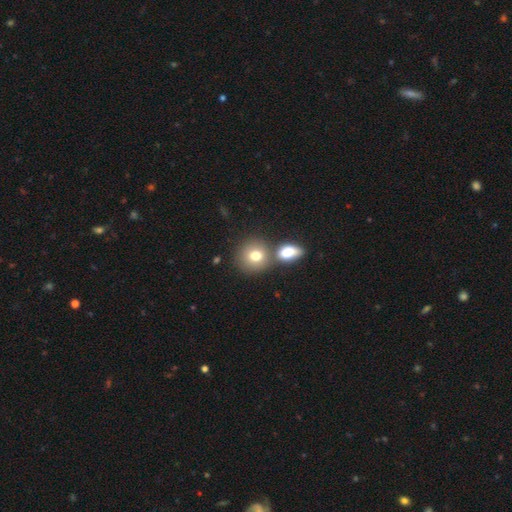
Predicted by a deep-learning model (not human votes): Smooth or featured?
  - smooth: 76% *
  - featured or disk: 14%
  - star or artifact: 10%
How rounded?
  - round: 81% *
  - in between: 18%
  - cigar-shaped: 1%
Merging?
  - none: 55% *
  - merger: 33%
  - minor disturbance: 9%
  - major disturbance: 3%